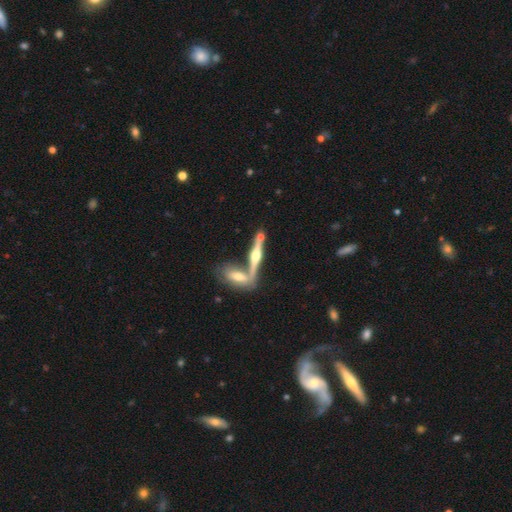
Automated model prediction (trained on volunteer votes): A featured or disk galaxy (74%) viewed edge-on (96%) with a rounded central bulge (94%).

Vote fractions:
- Smooth or featured? featured or disk: 74% / smooth: 20% / star or artifact: 5%
- Edge-on disk? yes: 96% / no: 4%
- Edge-on bulge? rounded: 94% / boxy: 3% / none: 3%
- Merging? none: 55% / merger: 34% / minor disturbance: 8% / major disturbance: 3%